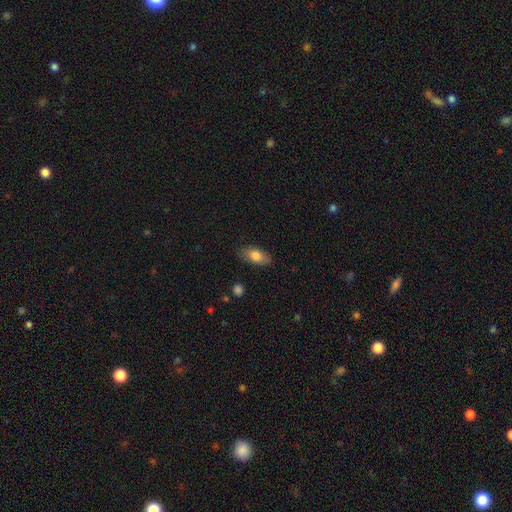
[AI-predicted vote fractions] This is likely a smooth galaxy (78%). How rounded: clearly in between (87%). Merging: clearly none (81%).